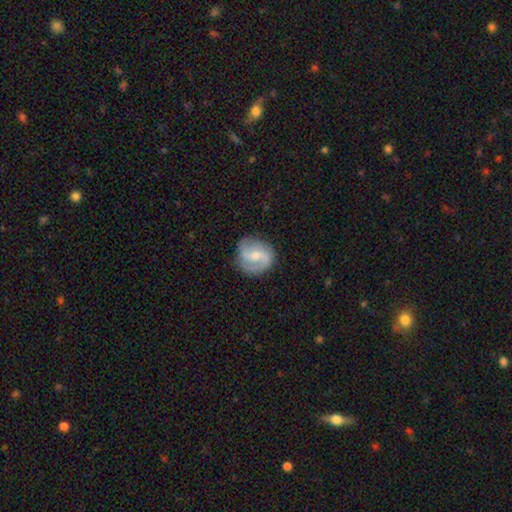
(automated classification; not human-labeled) Smooth or featured? Predicted: featured or disk (p=0.74). Edge-on disk? Predicted: no (p=0.98). Bar? Predicted: weak (p=0.52). Spiral arms? Predicted: yes (p=0.94). Spiral winding? Predicted: medium (p=0.47). Spiral arm count? Predicted: 2 (p=0.76). Bulge size? Predicted: small (p=0.47). Merging? Predicted: none (p=0.78).